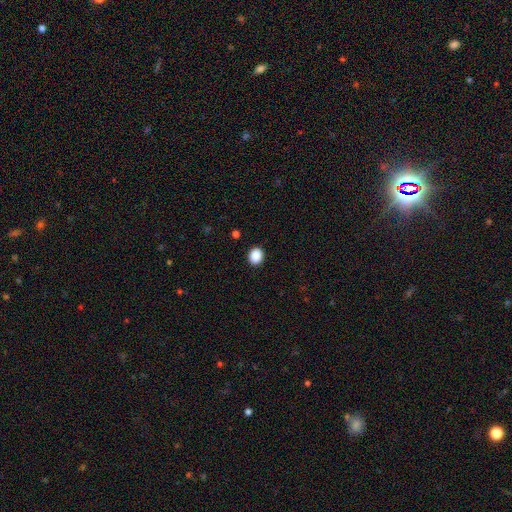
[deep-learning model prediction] A smooth galaxy with no disk features (89%) that is round (58%). Merging: none (91%).